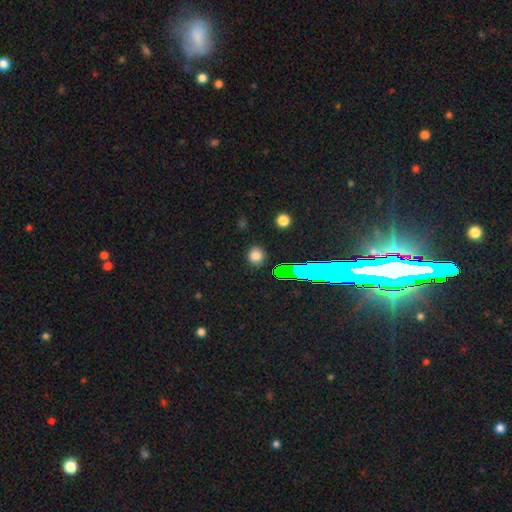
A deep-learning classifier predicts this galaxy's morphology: Smooth or featured? Predicted: smooth (p=0.76). How rounded? Predicted: round (p=0.90). Merging? Predicted: none (p=0.88).